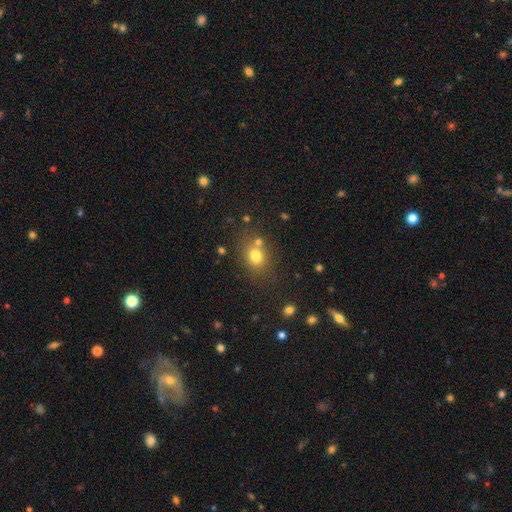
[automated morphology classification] Overall: smooth (75%). How rounded: round (58%; in between 41%). Merging: none (68%).